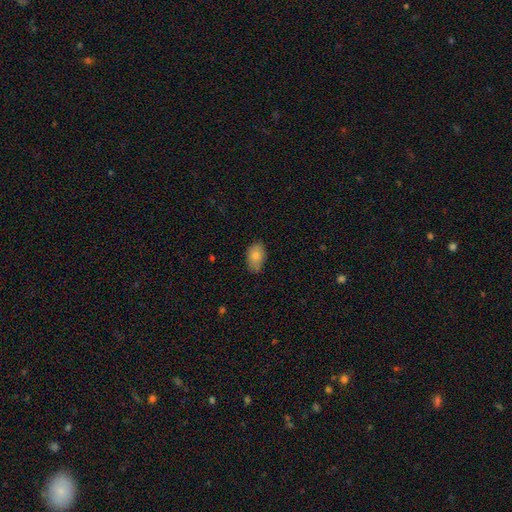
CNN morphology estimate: smooth_or_featured: smooth (p=0.82) [alt: featured or disk p=0.11]
how_rounded: in between (p=0.90) [alt: round p=0.09]
merging: none (p=0.78) [alt: minor disturbance p=0.18]